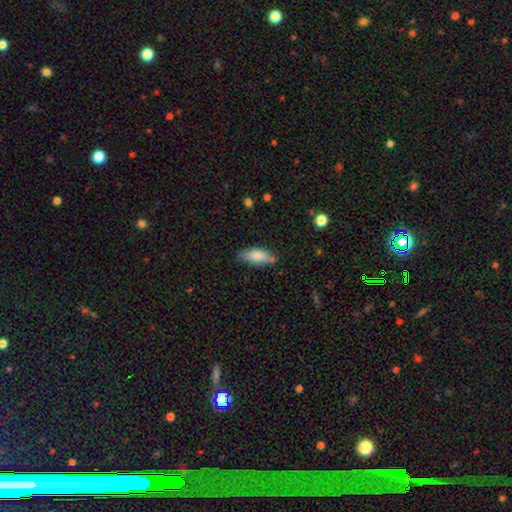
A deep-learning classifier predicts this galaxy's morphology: type=smooth (80%); roundness=in between (81%); merging=none (68%).